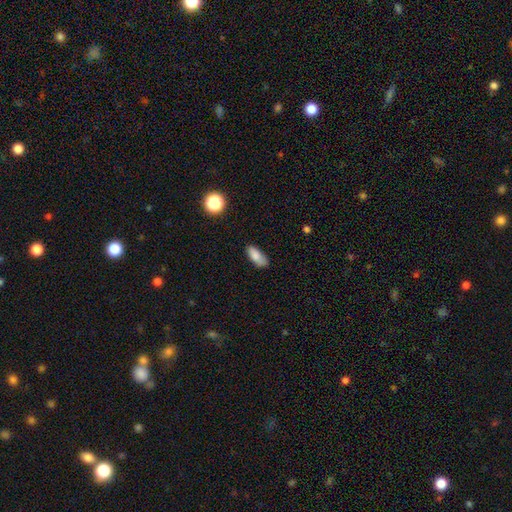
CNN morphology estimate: Smooth or featured? Predicted: smooth (p=0.84). How rounded? Predicted: in between (p=0.80). Merging? Predicted: none (p=0.72).